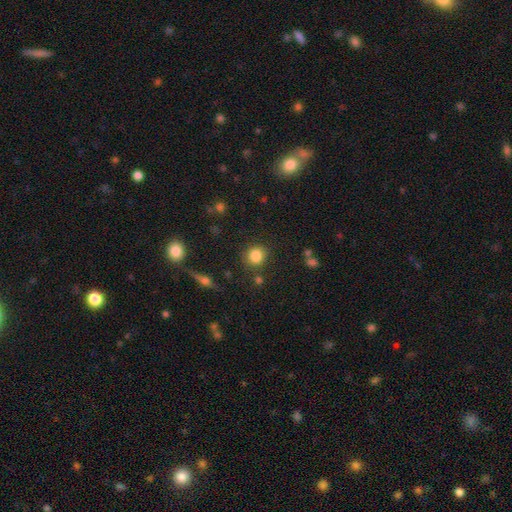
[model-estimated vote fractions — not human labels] This appears to be a smooth galaxy with no disk features (84%) that is round (76%). Merging: none (79%).